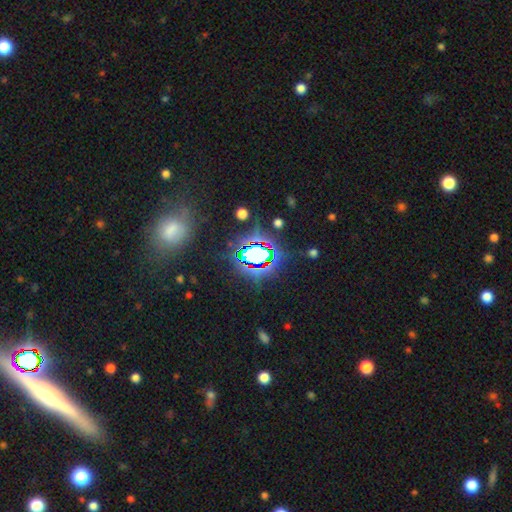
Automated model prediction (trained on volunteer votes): Smooth or featured? star or artifact (72%)